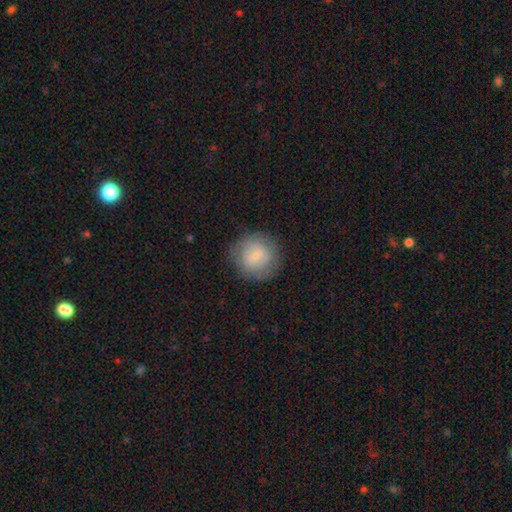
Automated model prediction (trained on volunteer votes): smooth_or_featured: smooth (p=0.71) [alt: featured or disk p=0.22]
how_rounded: round (p=0.91) [alt: in between p=0.08]
merging: none (p=0.80) [alt: minor disturbance p=0.13]